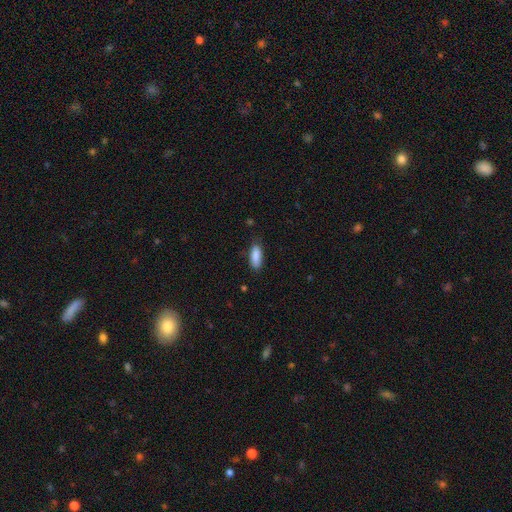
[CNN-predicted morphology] smooth 89%, star or artifact 6%, featured or disk 5%. Down the decision tree: how rounded — in between (74%); merging — none (77%).